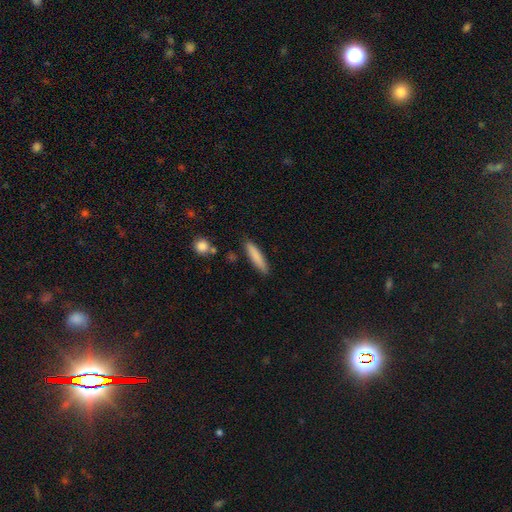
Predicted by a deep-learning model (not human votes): This is clearly a smooth galaxy (83%). How rounded: clearly cigar-shaped (85%). Merging: clearly none (86%).